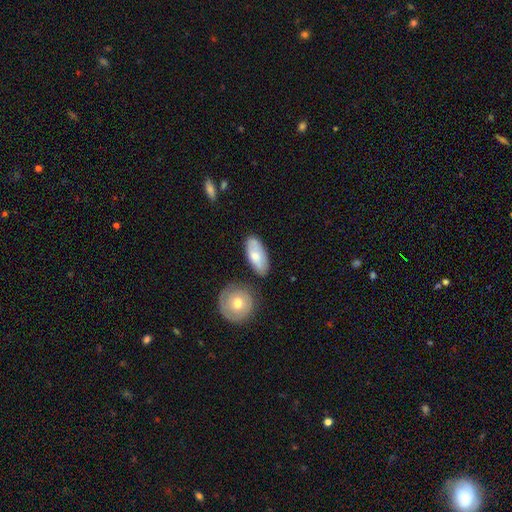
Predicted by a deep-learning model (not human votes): Smooth or featured? Predicted: smooth (p=0.66). How rounded? Predicted: in between (p=0.86). Merging? Predicted: none (p=0.68).